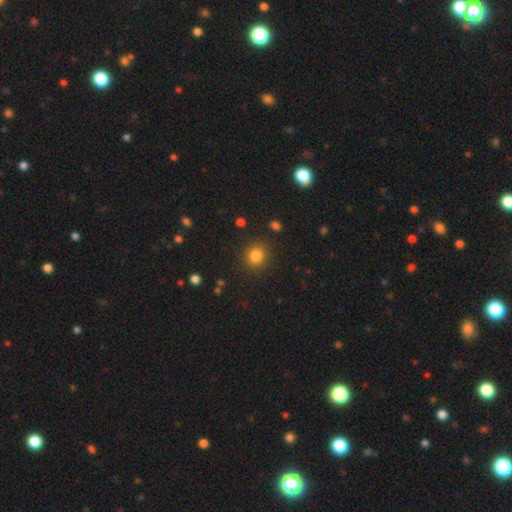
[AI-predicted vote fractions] Smooth or featured? Predicted: smooth (p=0.82). How rounded? Predicted: round (p=0.84). Merging? Predicted: none (p=0.88).